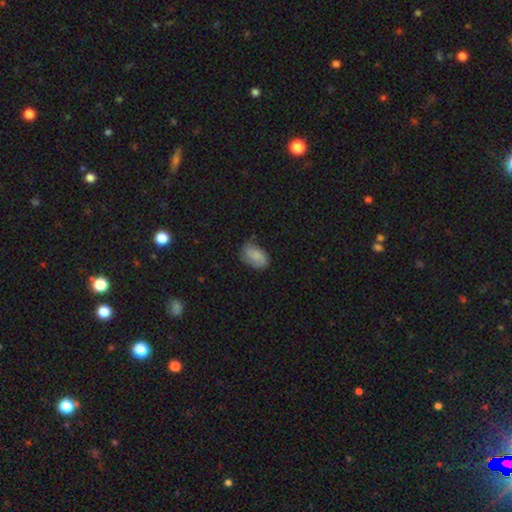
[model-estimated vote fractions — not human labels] This appears to be a smooth galaxy with no disk features (75%) that is in between round and cigar-shaped (89%). Merging: none (63%).